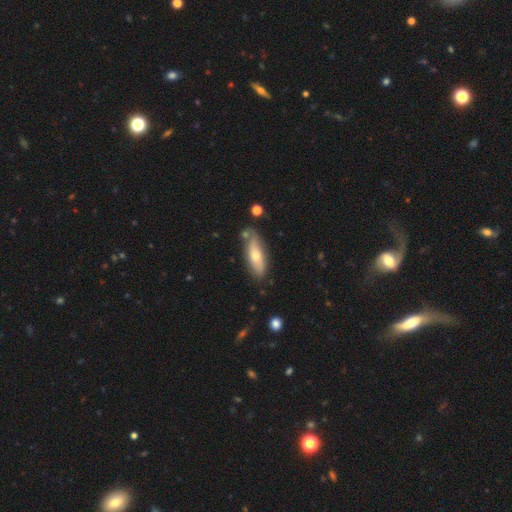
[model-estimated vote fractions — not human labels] smooth 57%, featured or disk 37%, star or artifact 6%. Down the decision tree: how rounded — in between (60%); merging — none (71%).